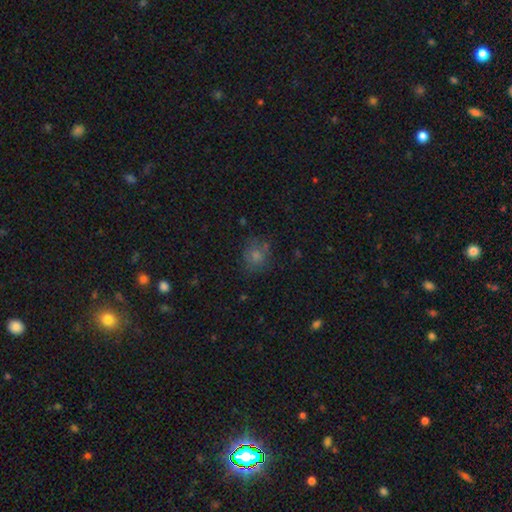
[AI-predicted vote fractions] This is likely a smooth galaxy (64%). How rounded: likely round (78%). Merging: likely none (75%).